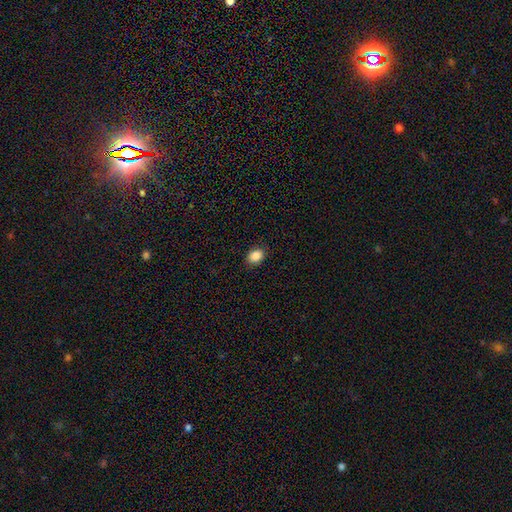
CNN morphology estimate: smooth-or-featured: smooth: 86% | star or artifact: 9% | featured or disk: 4%
  how-rounded: in between: 63% | round: 36% | cigar-shaped: 1%
  merging: none: 88% | minor disturbance: 9% | major disturbance: 2% | merger: 1%